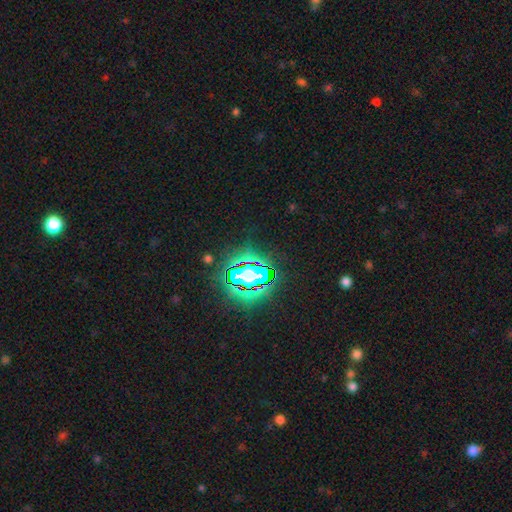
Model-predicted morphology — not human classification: Smooth or featured? star or artifact (83%)